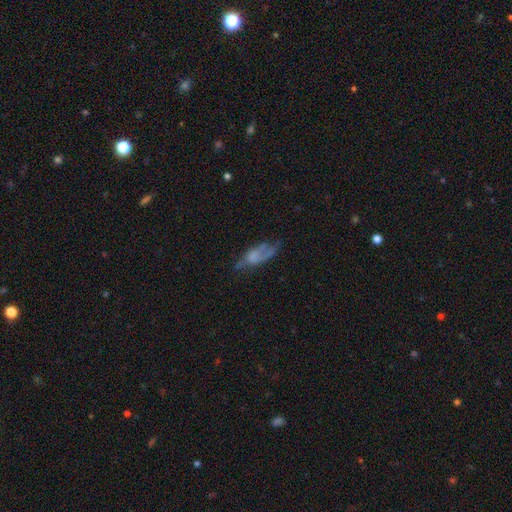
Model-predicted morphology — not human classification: Smooth or featured: featured or disk — 47% (smooth — 41%)
Merging: none — 39% (major disturbance — 29%)